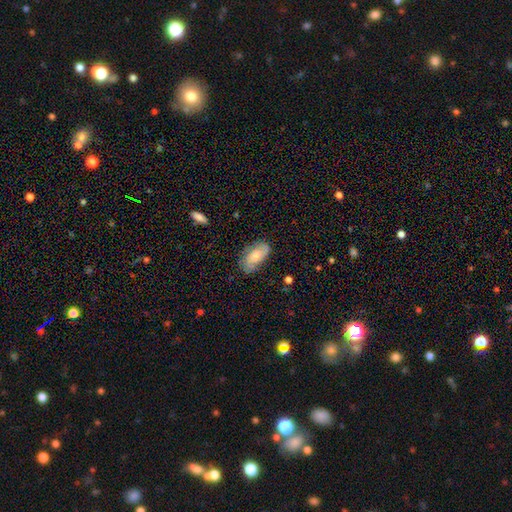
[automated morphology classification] smooth-or-featured: smooth: 54% | featured or disk: 39% | star or artifact: 7%
  how-rounded: in between: 92% | cigar-shaped: 4% | round: 4%
  merging: none: 69% | minor disturbance: 23% | major disturbance: 7% | merger: 2%